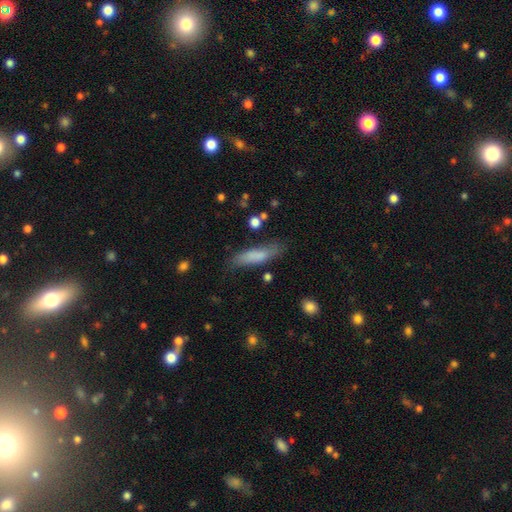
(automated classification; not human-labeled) smooth_or_featured: smooth (p=0.76) [alt: featured or disk p=0.17]
how_rounded: cigar-shaped (p=0.71) [alt: in between p=0.27]
merging: none (p=0.71) [alt: minor disturbance p=0.21]